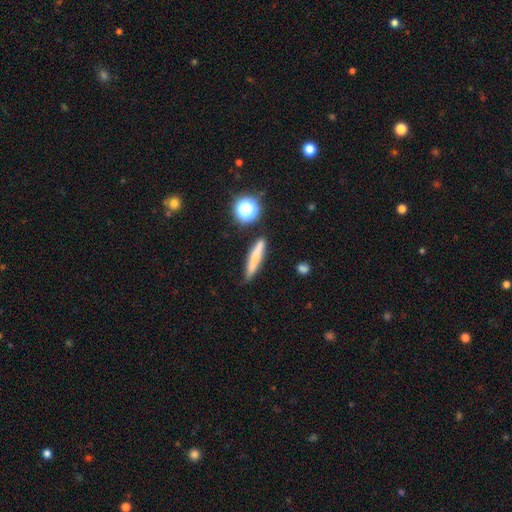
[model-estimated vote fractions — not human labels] Smooth or featured? Predicted: smooth (p=0.68). How rounded? Predicted: cigar-shaped (p=0.89). Merging? Predicted: none (p=0.81).